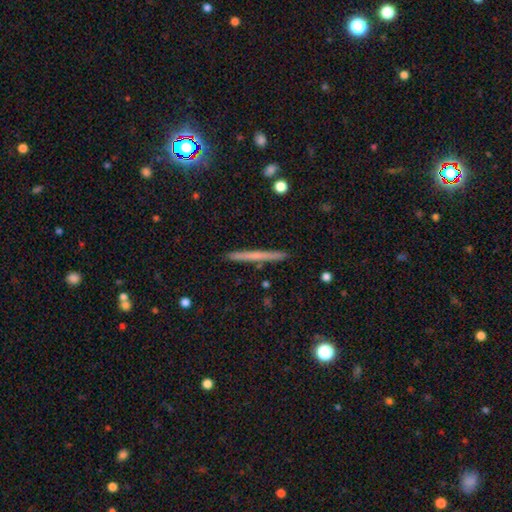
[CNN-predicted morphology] A smooth galaxy with no disk features (51%) that is cigar-shaped (96%). Merging: none (92%).